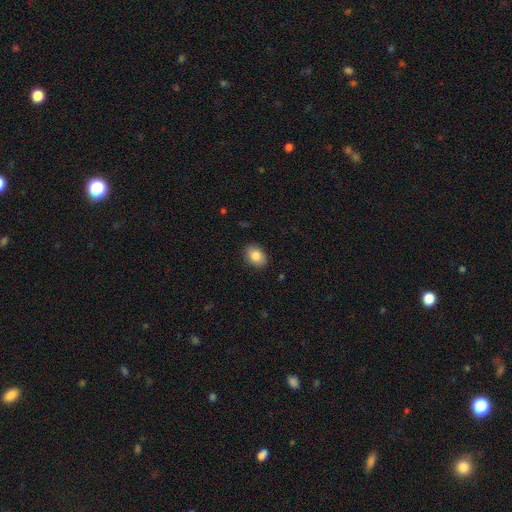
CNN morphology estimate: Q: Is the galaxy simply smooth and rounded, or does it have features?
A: smooth — 85%.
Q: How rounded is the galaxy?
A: in between — 78%.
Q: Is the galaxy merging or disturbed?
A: none — 89%.